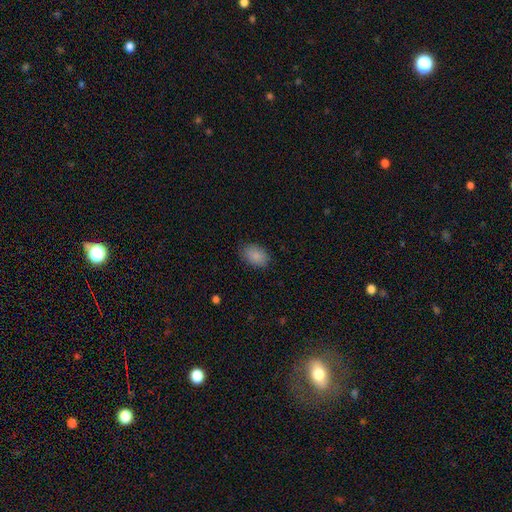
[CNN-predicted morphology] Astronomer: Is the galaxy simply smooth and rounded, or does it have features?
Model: smooth — 88%.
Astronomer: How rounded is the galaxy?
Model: in between — 85%.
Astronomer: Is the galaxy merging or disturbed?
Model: none — 85%.